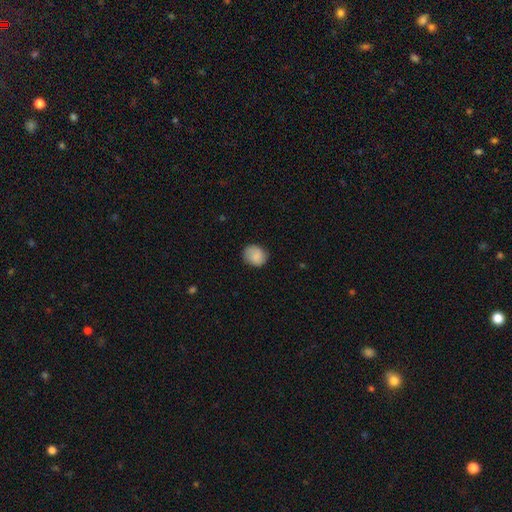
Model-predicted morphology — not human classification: type=smooth (81%); roundness=round (65%); merging=none (79%).